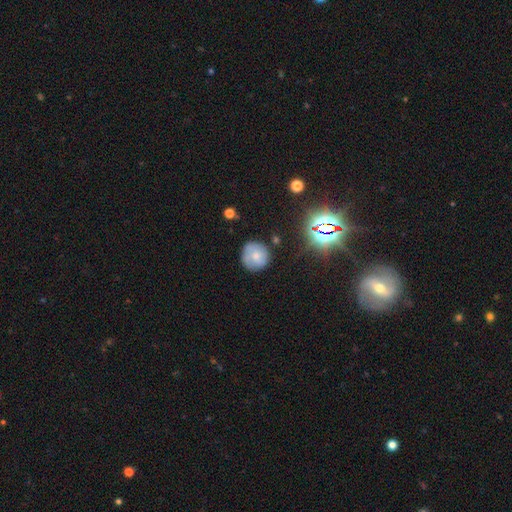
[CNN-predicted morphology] smooth_or_featured: smooth (p=0.60) [alt: featured or disk p=0.29]
how_rounded: round (p=0.92) [alt: in between p=0.07]
merging: none (p=0.76) [alt: minor disturbance p=0.17]